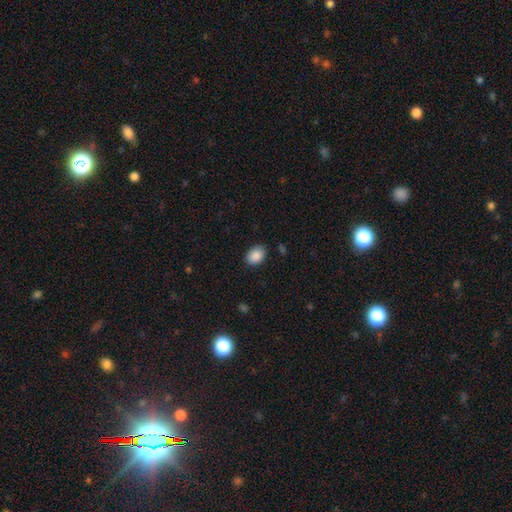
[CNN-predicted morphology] Smooth or featured? smooth (89%)
How rounded? in between (74%)
Merging? none (85%)